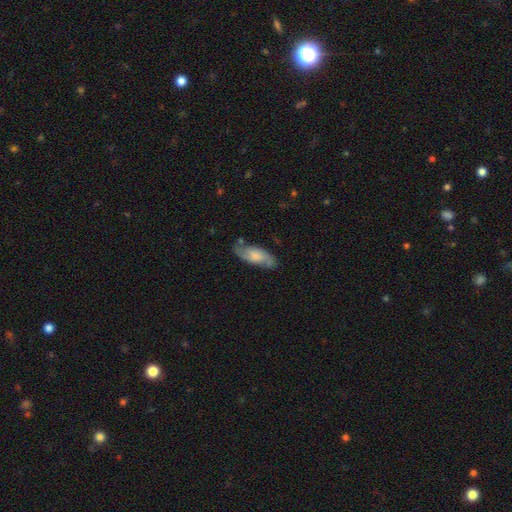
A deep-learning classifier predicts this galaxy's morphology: smooth-or-featured: featured or disk: 55% | smooth: 39% | star or artifact: 7%
  disk-edge-on: no: 89% | yes: 11%
  merging: none: 71% | minor disturbance: 20% | major disturbance: 6% | merger: 3%